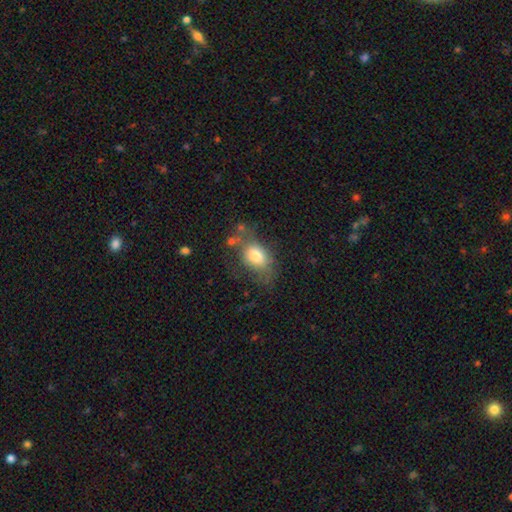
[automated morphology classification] type=smooth (69%); roundness=in between (78%); merging=none (41%).